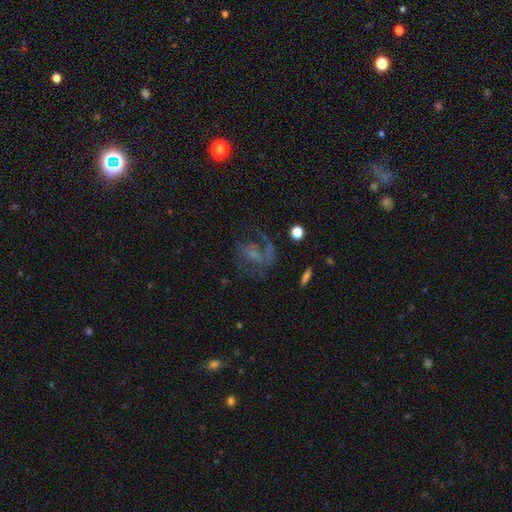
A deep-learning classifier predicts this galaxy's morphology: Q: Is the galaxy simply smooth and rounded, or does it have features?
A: featured or disk — 66%.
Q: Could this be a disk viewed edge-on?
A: no — 97%.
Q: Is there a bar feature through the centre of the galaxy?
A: no — 48%.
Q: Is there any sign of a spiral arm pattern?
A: yes — 78%.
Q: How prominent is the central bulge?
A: small — 38%, tied with none.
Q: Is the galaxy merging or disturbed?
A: none — 47%.